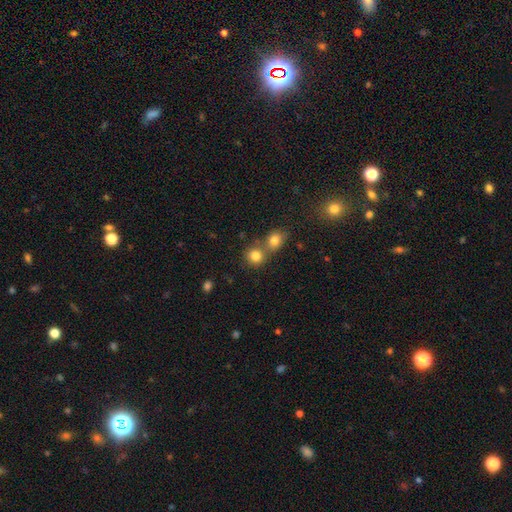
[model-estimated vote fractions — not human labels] smooth 81%, star or artifact 12%, featured or disk 7%. Down the decision tree: how rounded — round (83%); merging — none (48%).